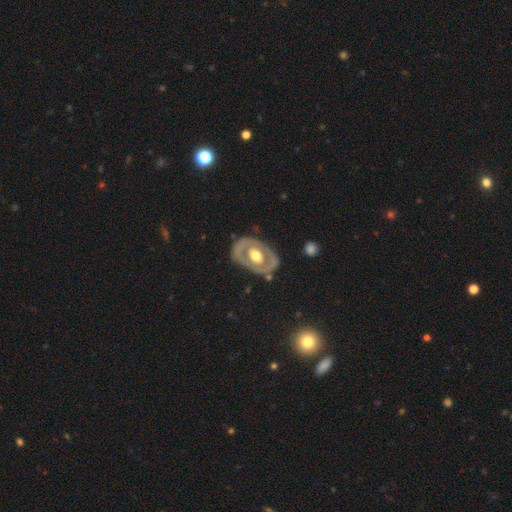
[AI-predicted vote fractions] featured or disk 65%, smooth 30%, star or artifact 4%. Down the decision tree: edge-on disk — no (91%); bar — no (82%); spiral arms — no (81%); bulge size — moderate (57%); merging — none (77%).